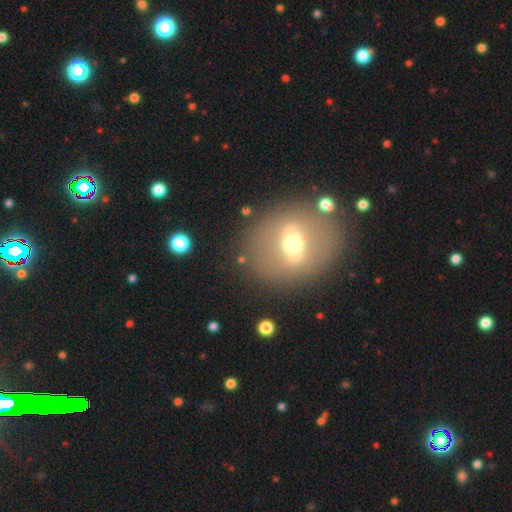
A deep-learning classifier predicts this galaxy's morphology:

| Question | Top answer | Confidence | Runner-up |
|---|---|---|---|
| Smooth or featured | featured or disk | 59% | smooth (30%) |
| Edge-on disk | no | 73% | yes (27%) |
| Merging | none | 81% | minor disturbance (10%) |